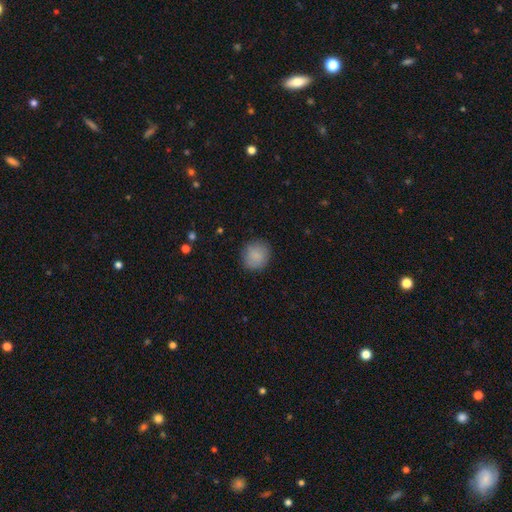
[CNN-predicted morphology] smooth 87%, star or artifact 8%, featured or disk 5%. Down the decision tree: how rounded — round (81%); merging — none (85%).